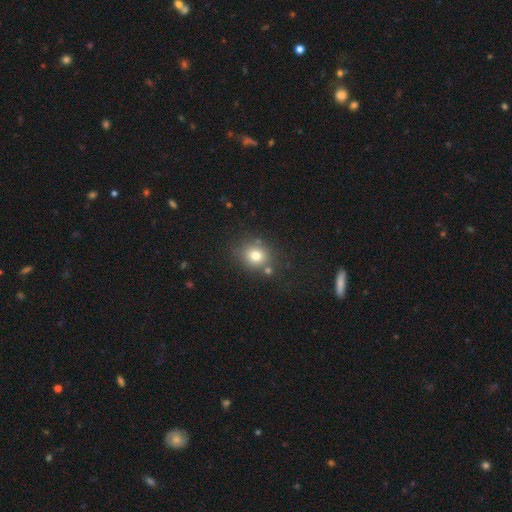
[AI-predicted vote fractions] smooth 76%, star or artifact 14%, featured or disk 10%. Down the decision tree: how rounded — round (73%); merging — none (72%).